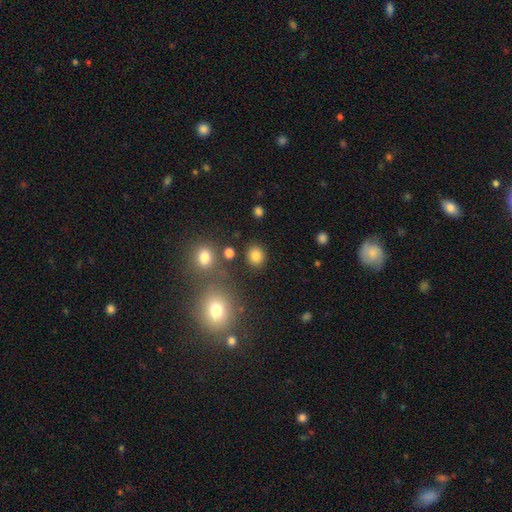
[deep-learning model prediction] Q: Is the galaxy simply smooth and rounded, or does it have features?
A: smooth — 84%.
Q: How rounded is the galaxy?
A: round — 76%.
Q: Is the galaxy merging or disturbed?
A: none — 86%.